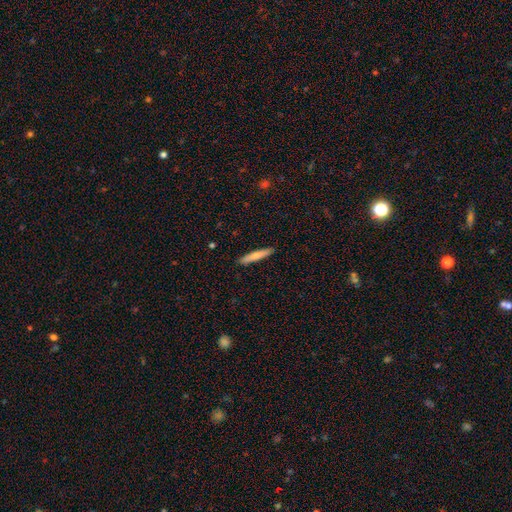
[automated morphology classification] Smooth or featured?
  - smooth: 71% *
  - featured or disk: 24%
  - star or artifact: 5%
How rounded?
  - cigar-shaped: 94% *
  - in between: 5%
  - round: 1%
Merging?
  - none: 91% *
  - minor disturbance: 7%
  - major disturbance: 1%
  - merger: 1%